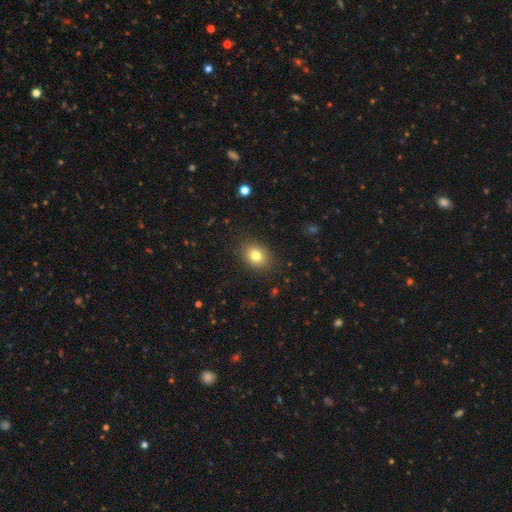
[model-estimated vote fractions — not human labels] Smooth or featured? Predicted: smooth (p=0.80). How rounded? Predicted: in between (p=0.57). Merging? Predicted: none (p=0.86).